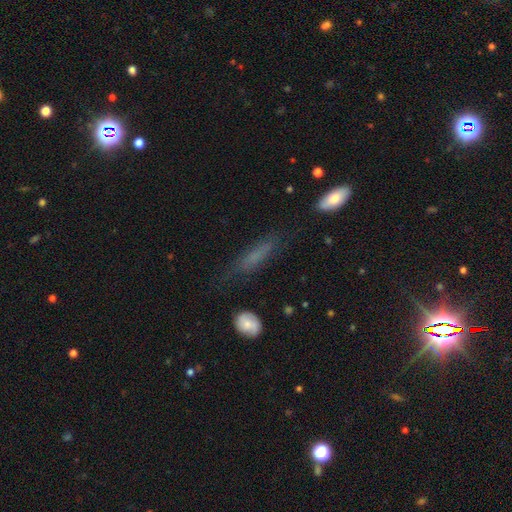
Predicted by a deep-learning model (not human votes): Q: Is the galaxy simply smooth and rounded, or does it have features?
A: smooth — 56%.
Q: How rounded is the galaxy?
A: cigar-shaped — 70%.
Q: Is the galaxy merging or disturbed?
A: none — 60%.